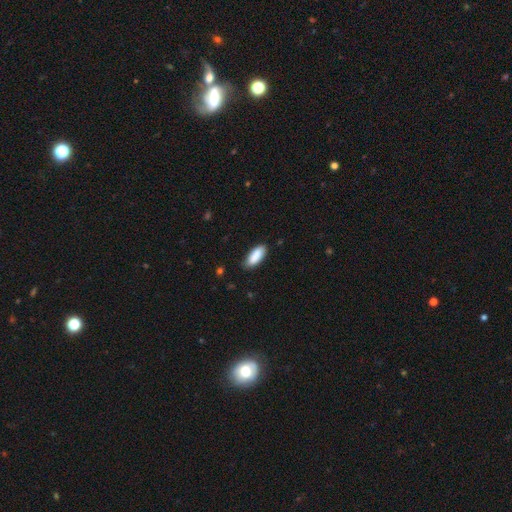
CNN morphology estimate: Smooth or featured? smooth (89%)
How rounded? in between (79%)
Merging? none (83%)